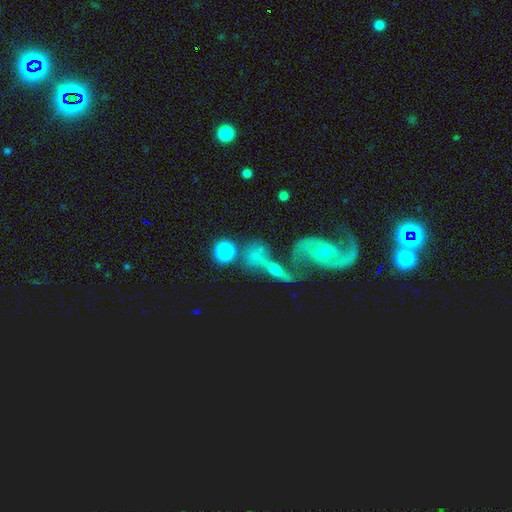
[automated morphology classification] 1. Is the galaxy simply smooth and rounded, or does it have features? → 43% smooth, 39% featured or disk, 18% star or artifact.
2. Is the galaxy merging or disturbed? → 43% merger, 30% none, 15% major disturbance, 12% minor disturbance.